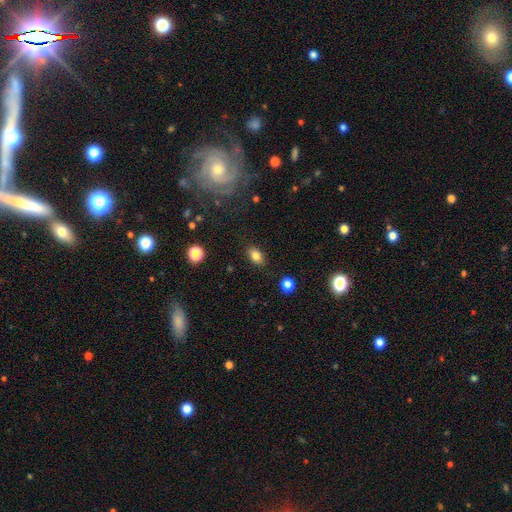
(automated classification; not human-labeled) A smooth galaxy with no disk features (82%) that is in between round and cigar-shaped (80%).

Vote fractions:
- Smooth or featured? smooth: 82% / star or artifact: 10% / featured or disk: 7%
- How rounded? in between: 80% / round: 18% / cigar-shaped: 2%
- Merging? none: 86% / minor disturbance: 10% / major disturbance: 3% / merger: 2%